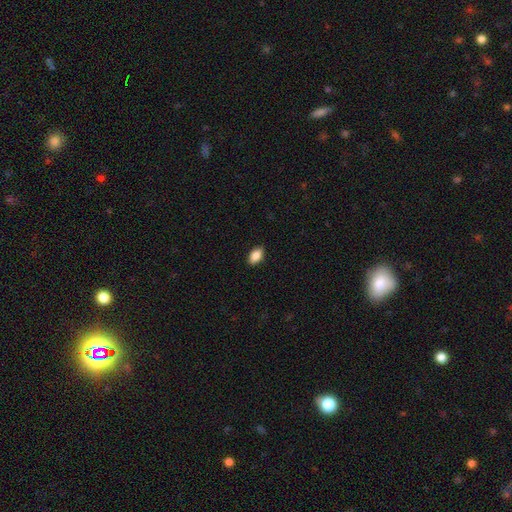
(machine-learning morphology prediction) type=smooth (86%); roundness=in between (90%); merging=none (86%).